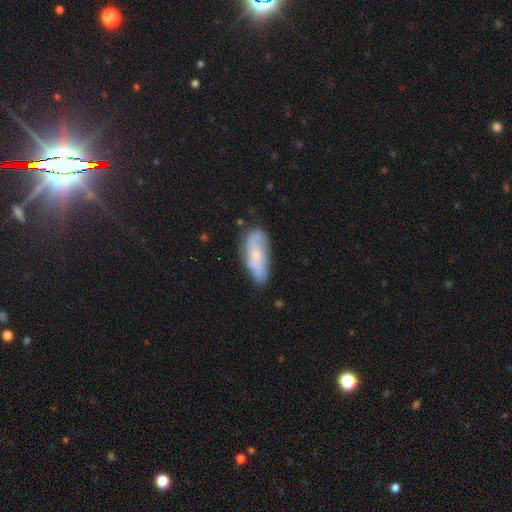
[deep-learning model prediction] This appears to be a featured or disk galaxy (51%). Merging: none (68%).